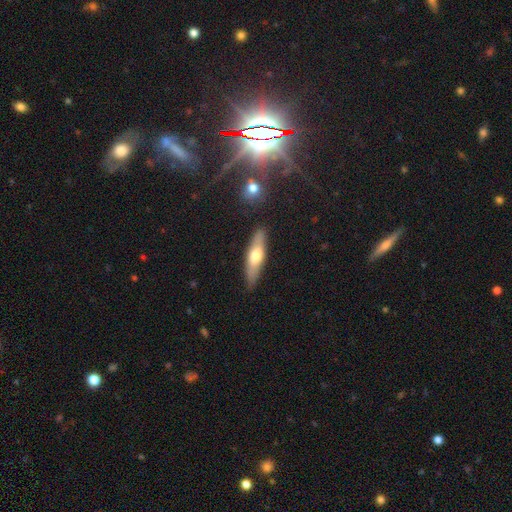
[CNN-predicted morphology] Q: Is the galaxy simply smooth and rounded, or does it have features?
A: smooth — 54%.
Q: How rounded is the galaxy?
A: cigar-shaped — 68%.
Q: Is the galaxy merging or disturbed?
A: none — 84%.